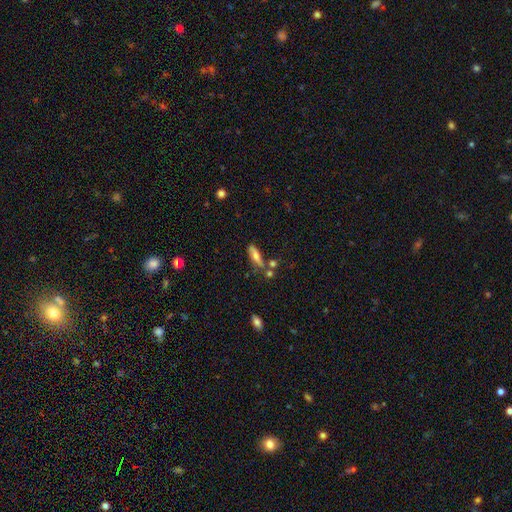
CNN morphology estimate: type=smooth (61%); roundness=cigar-shaped (58%); merging=none (60%).